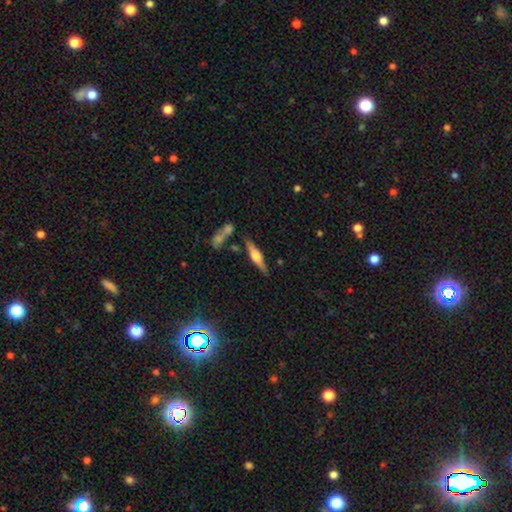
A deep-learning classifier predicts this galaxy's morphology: Smooth or featured? featured or disk (61%)
Edge-on disk? yes (95%)
Edge-on bulge? rounded (86%)
Merging? none (79%)